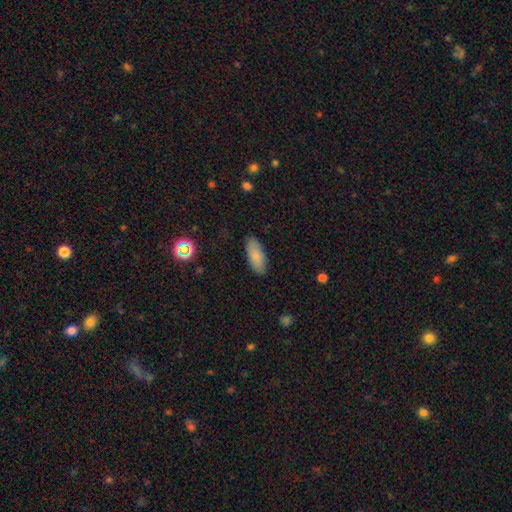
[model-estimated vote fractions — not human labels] smooth-or-featured: smooth: 83% | featured or disk: 9% | star or artifact: 7%
  how-rounded: in between: 82% | cigar-shaped: 16% | round: 2%
  merging: none: 87% | minor disturbance: 9% | major disturbance: 2% | merger: 1%